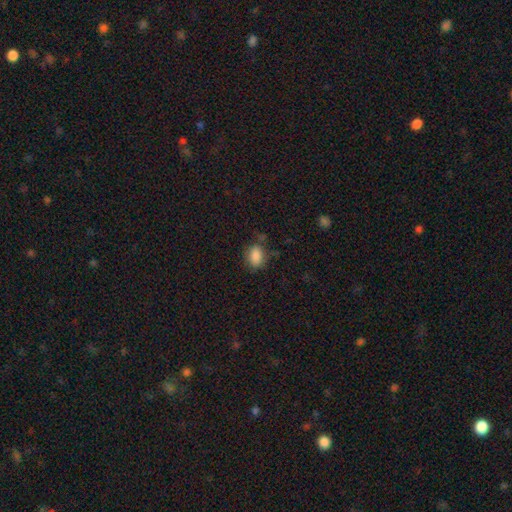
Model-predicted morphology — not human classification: A smooth galaxy with no disk features (87%) that is in between round and cigar-shaped (78%).

Vote fractions:
- Smooth or featured? smooth: 87% / star or artifact: 9% / featured or disk: 5%
- How rounded? in between: 78% / round: 21% / cigar-shaped: 2%
- Merging? none: 73% / minor disturbance: 18% / major disturbance: 5% / merger: 4%